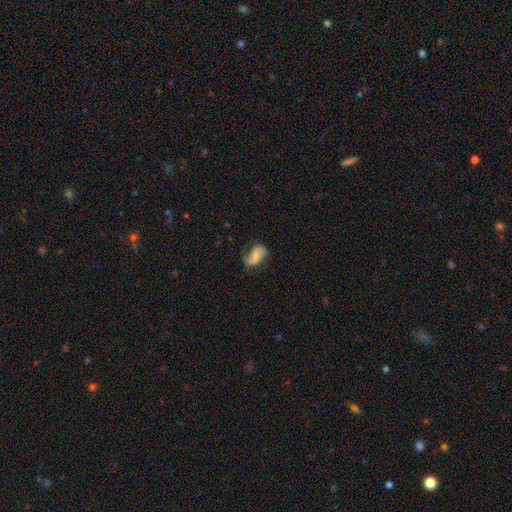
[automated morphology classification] smooth-or-featured: featured or disk: 50% | smooth: 42% | star or artifact: 8%
  merging: none: 53% | minor disturbance: 29% | major disturbance: 17% | merger: 2%